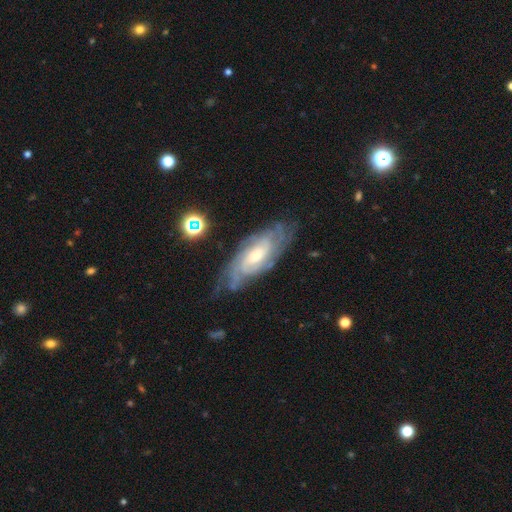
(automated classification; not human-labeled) A featured or disk galaxy (84%) with no bar (55%), tight (66%) spiral arms (96%) and a moderate central bulge (52%).

Vote fractions:
- Smooth or featured? featured or disk: 84% / smooth: 10% / star or artifact: 6%
- Edge-on disk? no: 90% / yes: 10%
- Bar? no: 55% / weak: 36% / strong: 8%
- Spiral arms? yes: 96% / no: 4%
- Spiral winding? tight: 66% / medium: 28% / loose: 6%
- Spiral arm count? can't tell: 45% / 2: 17% / 3: 15% / 4: 13% / more than 4: 6% / 1: 4%
- Bulge size? moderate: 52% / small: 38% / large: 6% / none: 3% / dominant: 1%
- Merging? none: 69% / minor disturbance: 22% / major disturbance: 8% / merger: 2%